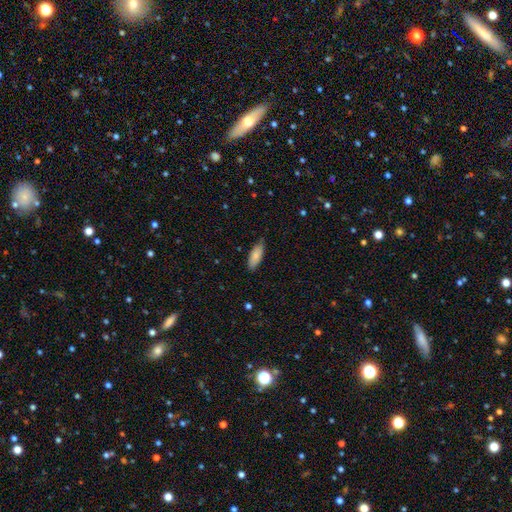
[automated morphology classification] Overall: smooth (84%). How rounded: in between (74%). Merging: none (81%).